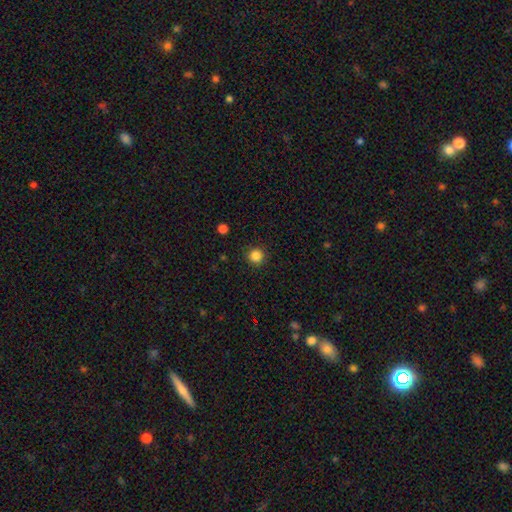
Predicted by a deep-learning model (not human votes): Smooth or featured: smooth — 84% (star or artifact — 12%)
How rounded: round — 95% (in between — 4%)
Merging: none — 91% (minor disturbance — 5%)